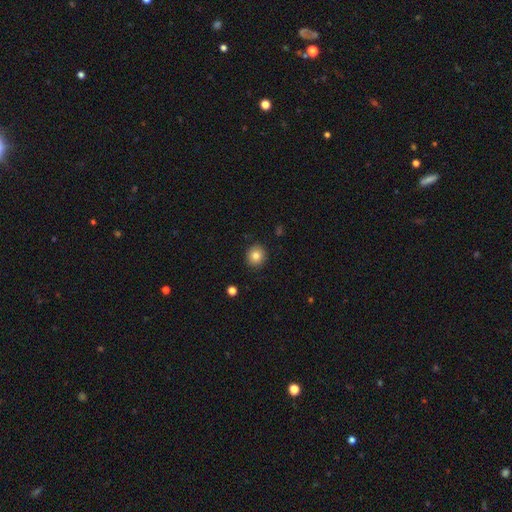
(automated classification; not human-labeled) smooth-or-featured: smooth: 83% | star or artifact: 10% | featured or disk: 7%
  how-rounded: round: 87% | in between: 12% | cigar-shaped: 1%
  merging: none: 91% | minor disturbance: 7% | major disturbance: 2% | merger: 1%